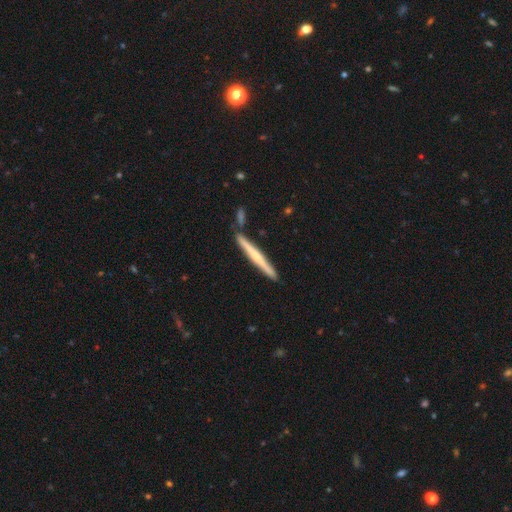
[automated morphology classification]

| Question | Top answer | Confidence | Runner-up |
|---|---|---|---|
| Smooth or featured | featured or disk | 56% | smooth (39%) |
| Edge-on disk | yes | 97% | no (3%) |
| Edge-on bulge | rounded | 50% | none (42%) |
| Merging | none | 82% | minor disturbance (9%) |